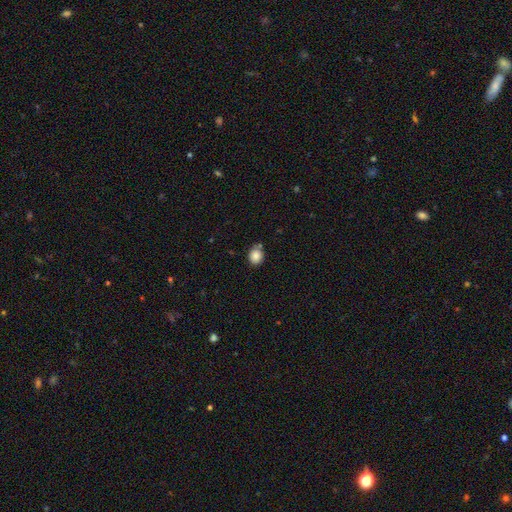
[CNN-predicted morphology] Smooth or featured: smooth — 86% (star or artifact — 9%)
How rounded: round — 66% (in between — 33%)
Merging: none — 69% (minor disturbance — 19%)